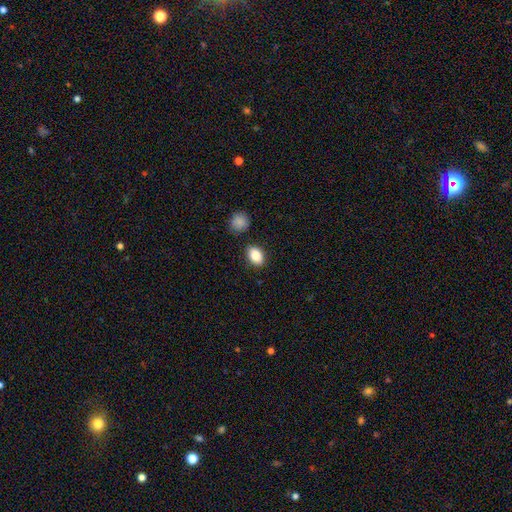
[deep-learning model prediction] smooth 87%, star or artifact 8%, featured or disk 5%. Down the decision tree: how rounded — in between (82%); merging — none (85%).